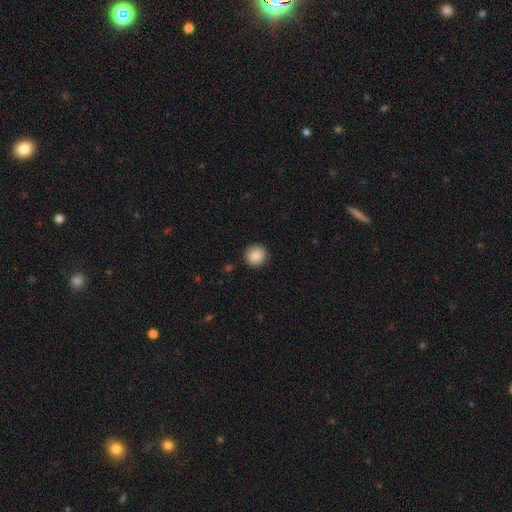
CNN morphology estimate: type=smooth (88%); roundness=round (92%); merging=none (90%).